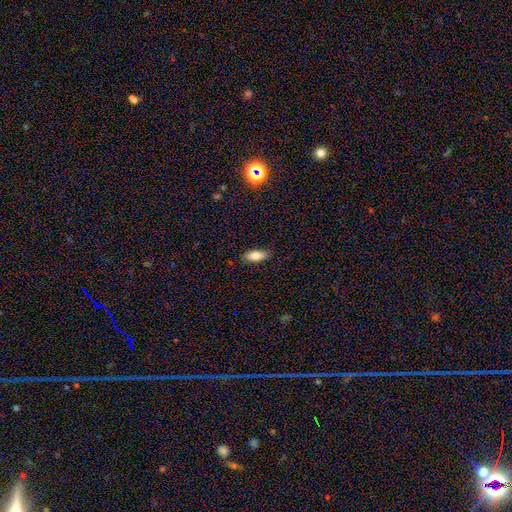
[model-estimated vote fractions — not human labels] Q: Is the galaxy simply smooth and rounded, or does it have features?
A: smooth — 79%.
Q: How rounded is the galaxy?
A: in between — 78%.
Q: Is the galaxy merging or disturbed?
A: none — 84%.